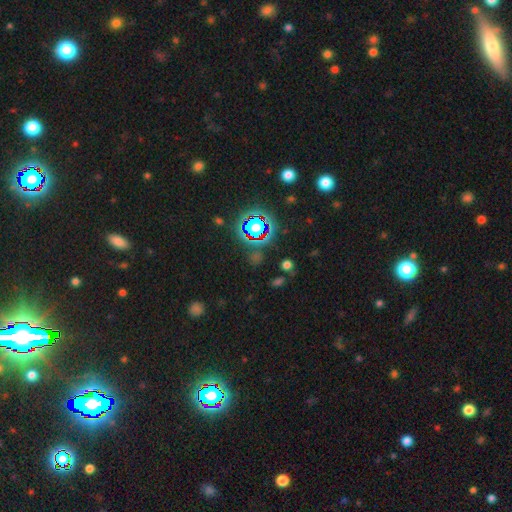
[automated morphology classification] This appears to be a star or artifact, not a galaxy (69%).